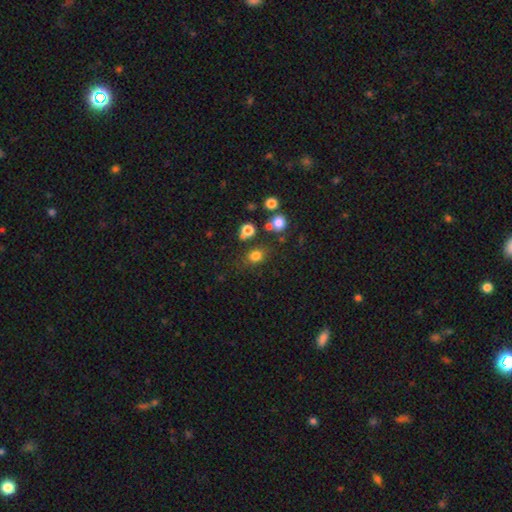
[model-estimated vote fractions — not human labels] A smooth galaxy with no disk features (77%) that is round (60%).

Vote fractions:
- Smooth or featured? smooth: 77% / star or artifact: 16% / featured or disk: 7%
- How rounded? round: 60% / in between: 39% / cigar-shaped: 1%
- Merging? none: 72% / minor disturbance: 14% / merger: 8% / major disturbance: 5%